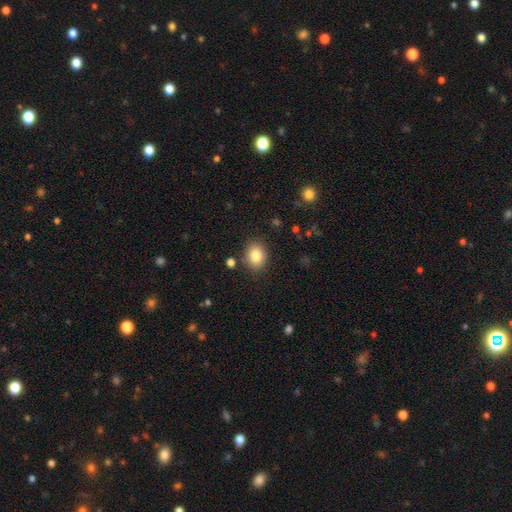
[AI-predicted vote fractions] The model was most divided on "how rounded": round: 51%, in between: 48%, cigar-shaped: 1%. More confident: merging — none (85%); smooth or featured — smooth (83%).